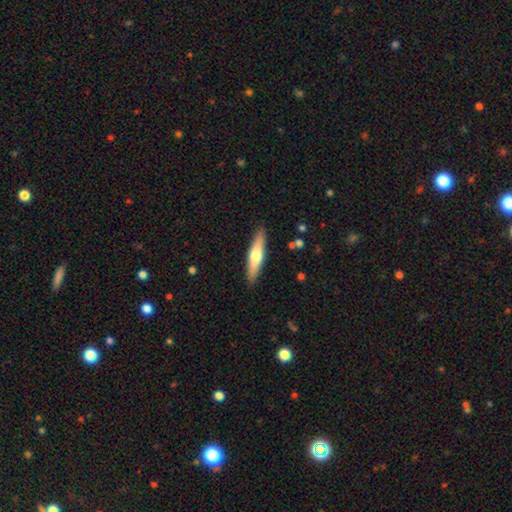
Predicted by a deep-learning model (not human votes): Smooth or featured? Predicted: smooth (p=0.55). How rounded? Predicted: cigar-shaped (p=0.79). Merging? Predicted: none (p=0.89).